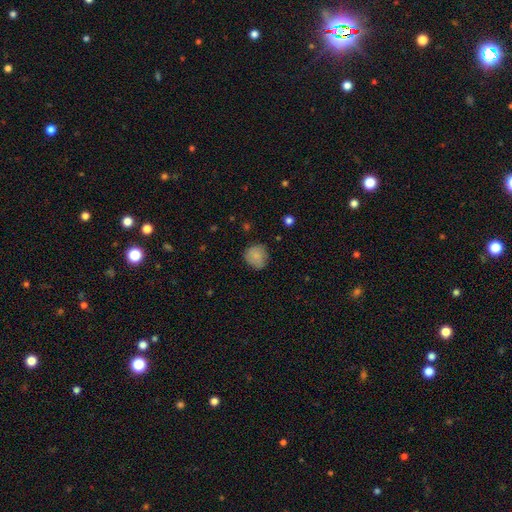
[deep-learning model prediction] Q: Smooth or featured?
A: smooth (80%); runner-up: featured or disk (12%)
Q: How rounded?
A: round (81%); runner-up: in between (18%)
Q: Merging?
A: none (72%); runner-up: minor disturbance (22%)